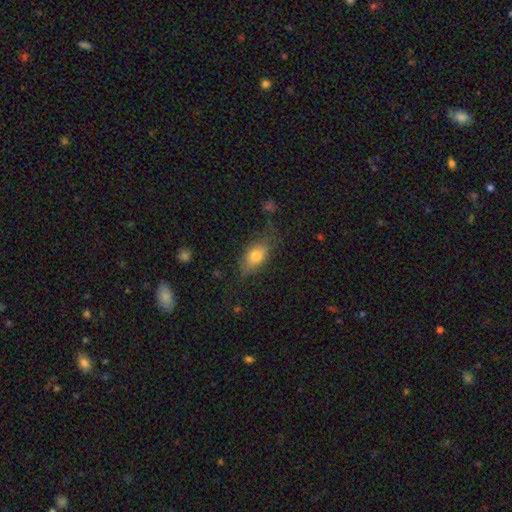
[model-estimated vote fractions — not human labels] Smooth or featured: smooth — 76% (featured or disk — 15%)
How rounded: in between — 85% (round — 8%)
Merging: none — 66% (minor disturbance — 23%)